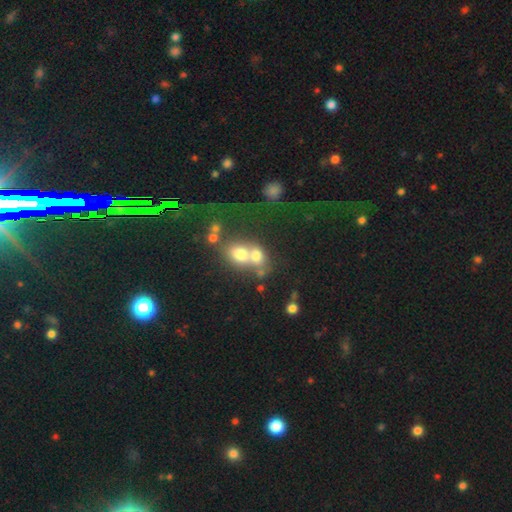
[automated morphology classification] type=smooth (67%); roundness=round (49%, tied with in between); merging=merger (65%).